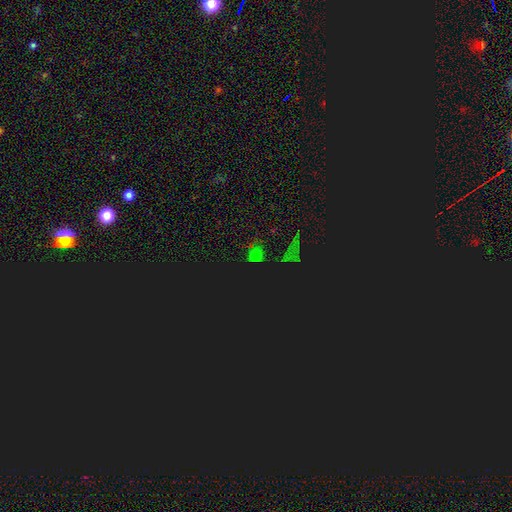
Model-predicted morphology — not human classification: Smooth or featured? Predicted: star or artifact (p=0.68).